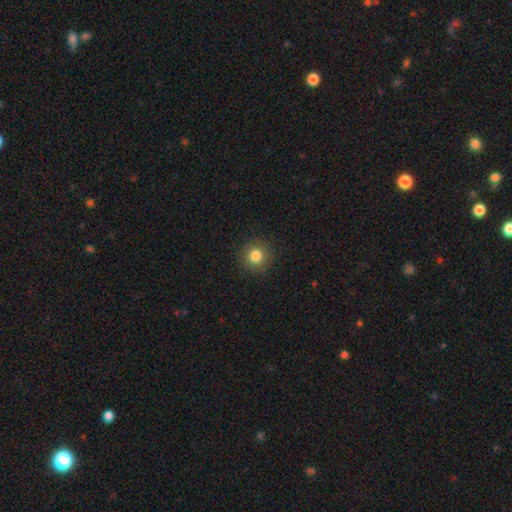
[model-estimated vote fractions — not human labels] This is clearly a smooth galaxy (83%). How rounded: clearly round (93%). Merging: clearly none (90%).